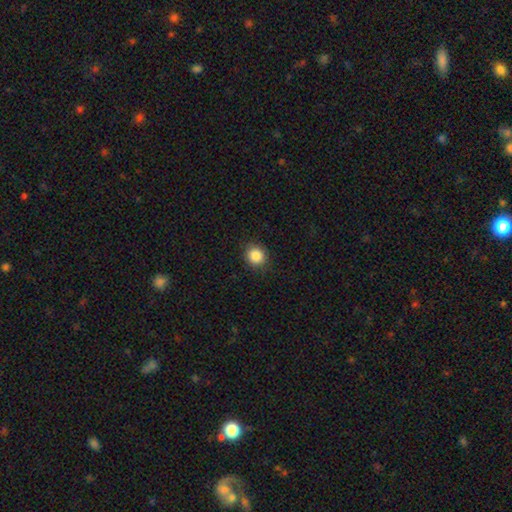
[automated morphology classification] smooth-or-featured: smooth: 86% | star or artifact: 10% | featured or disk: 4%
  how-rounded: round: 86% | in between: 13% | cigar-shaped: 1%
  merging: none: 89% | minor disturbance: 8% | major disturbance: 2% | merger: 1%